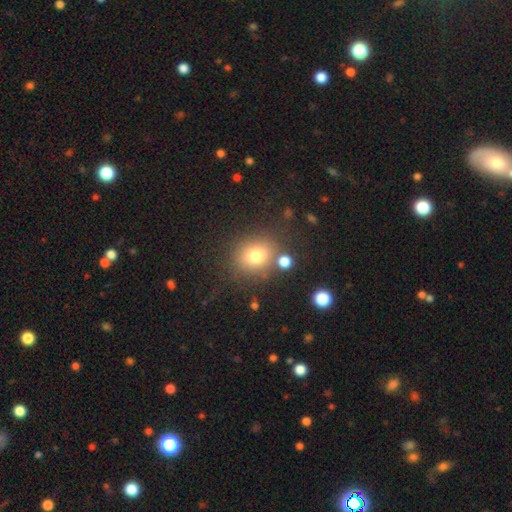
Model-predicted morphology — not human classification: The model was most divided on "how rounded": round: 70%, in between: 29%, cigar-shaped: 1%. More confident: smooth or featured — smooth (76%); merging — none (73%).